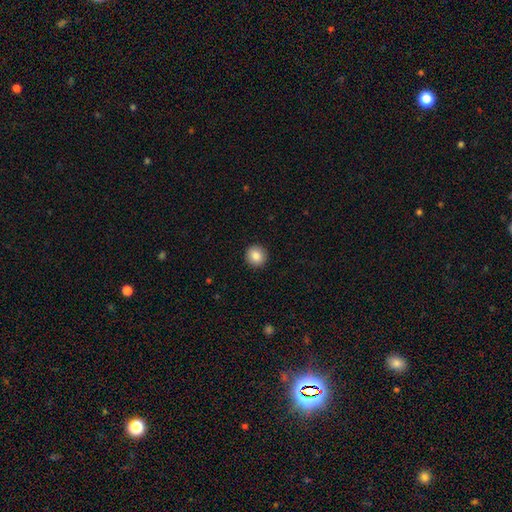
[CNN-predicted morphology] A smooth galaxy with no disk features (86%) that is round (91%). Merging: none (93%).